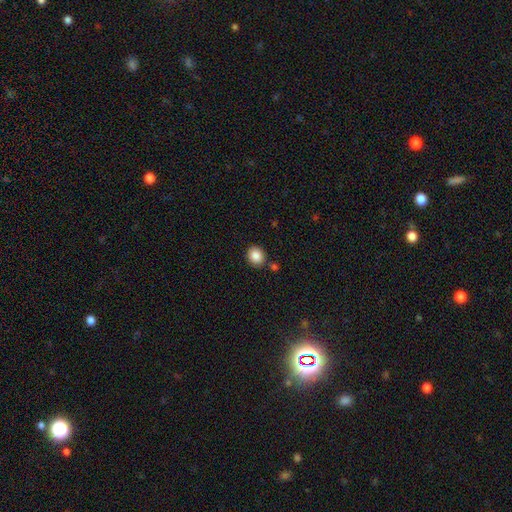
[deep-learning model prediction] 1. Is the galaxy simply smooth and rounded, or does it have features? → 87% smooth, 9% star or artifact, 4% featured or disk.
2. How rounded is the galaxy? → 70% round, 29% in between, 1% cigar-shaped.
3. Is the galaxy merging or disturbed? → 81% none, 10% minor disturbance, 7% merger, 3% major disturbance.